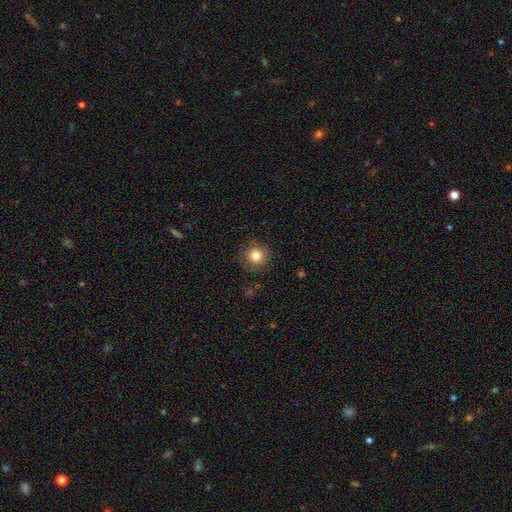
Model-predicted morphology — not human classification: The model was most divided on "smooth or featured": smooth: 82%, star or artifact: 11%, featured or disk: 7%. More confident: how rounded — round (94%); merging — none (88%).